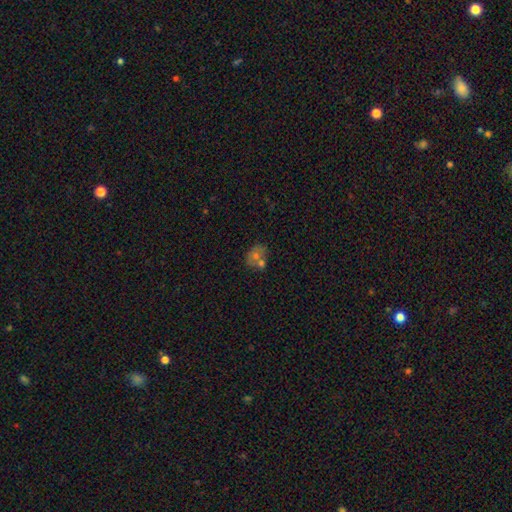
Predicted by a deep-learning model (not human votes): Smooth or featured: smooth — 56% (featured or disk — 23%)
How rounded: round — 57% (in between — 41%)
Merging: none — 50% (merger — 30%)